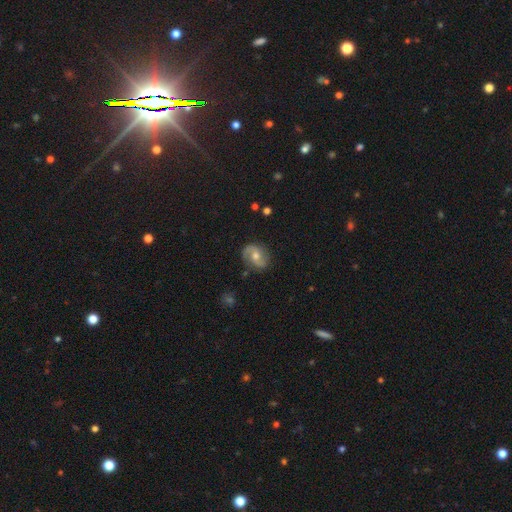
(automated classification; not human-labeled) Smooth or featured?
  - featured or disk: 75% *
  - smooth: 17%
  - star or artifact: 8%
Edge-on disk?
  - no: 97% *
  - yes: 3%
Bar?
  - no: 50% *
  - weak: 39%
  - strong: 12%
Spiral arms?
  - yes: 93% *
  - no: 7%
Spiral winding?
  - medium: 45% *
  - loose: 33%
  - tight: 22%
Spiral arm count?
  - 2: 89% *
  - can't tell: 5%
  - 1: 3%
  - 3: 1%
  - 4: 1%
  - more than 4: 1%
Bulge size?
  - moderate: 69% *
  - small: 26%
  - large: 3%
  - none: 2%
  - dominant: 1%
Merging?
  - none: 81% *
  - minor disturbance: 14%
  - major disturbance: 4%
  - merger: 1%